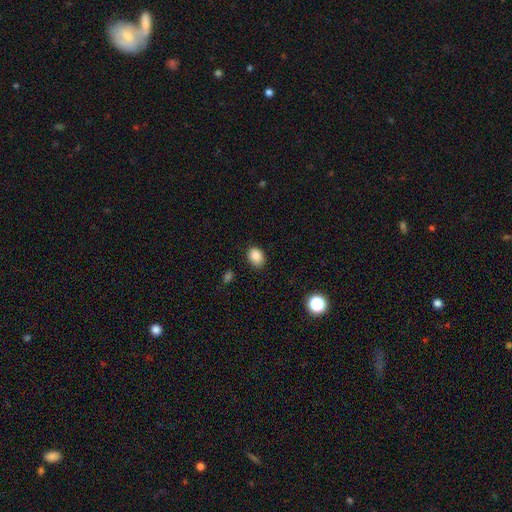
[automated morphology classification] type=smooth (87%); roundness=in between (66%); merging=none (85%).